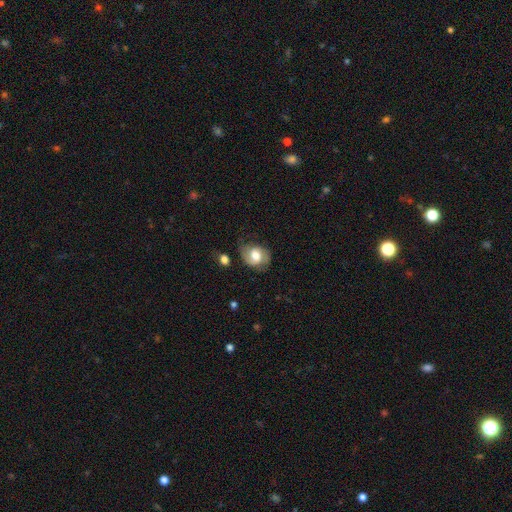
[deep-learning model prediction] A featured or disk galaxy (54%) with no bar (48%), spiral arms (84%) and a moderate central bulge (54%).

Vote fractions:
- Smooth or featured? featured or disk: 54% / smooth: 38% / star or artifact: 8%
- Edge-on disk? no: 97% / yes: 3%
- Bar? no: 48% / weak: 41% / strong: 11%
- Spiral arms? yes: 84% / no: 16%
- Bulge size? moderate: 54% / large: 34% / small: 7% / dominant: 3% / none: 2%
- Merging? none: 64% / minor disturbance: 24% / major disturbance: 10% / merger: 3%